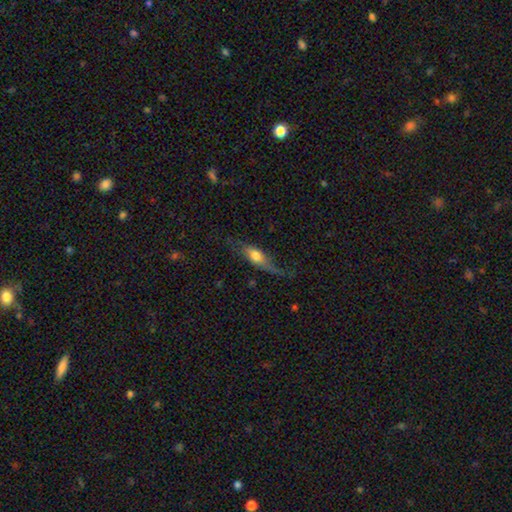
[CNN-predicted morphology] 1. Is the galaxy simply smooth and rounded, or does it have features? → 53% smooth, 40% featured or disk, 7% star or artifact.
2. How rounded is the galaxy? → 59% in between, 36% cigar-shaped, 5% round.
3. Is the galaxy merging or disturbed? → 49% none, 28% minor disturbance, 20% major disturbance, 3% merger.